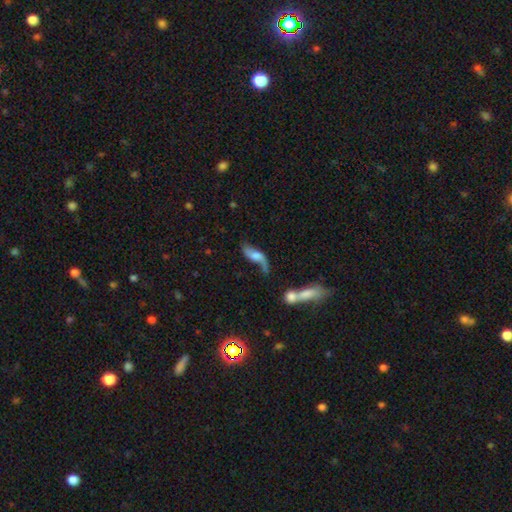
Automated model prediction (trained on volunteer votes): Smooth or featured? Predicted: featured or disk (p=0.68). Edge-on disk? Predicted: no (p=0.86). Bar? Predicted: no (p=0.54). Spiral arms? Predicted: yes (p=0.89). Spiral winding? Predicted: loose (p=0.90). Spiral arm count? Predicted: 2 (p=0.86). Bulge size? Predicted: moderate (p=0.36). Merging? Predicted: none (p=0.44).